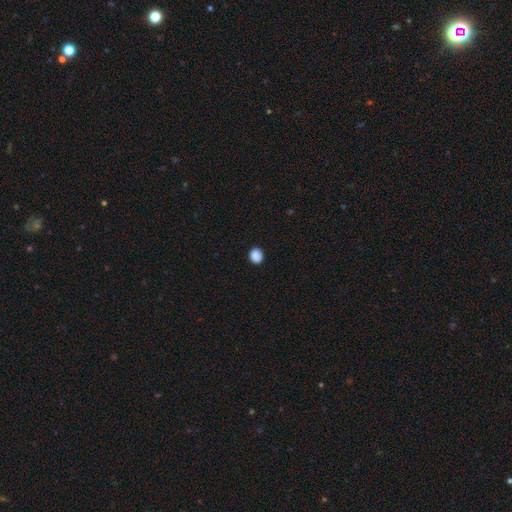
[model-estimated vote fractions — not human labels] Q: Smooth or featured?
A: smooth (87%); runner-up: star or artifact (9%)
Q: How rounded?
A: round (69%); runner-up: in between (30%)
Q: Merging?
A: none (88%); runner-up: minor disturbance (9%)